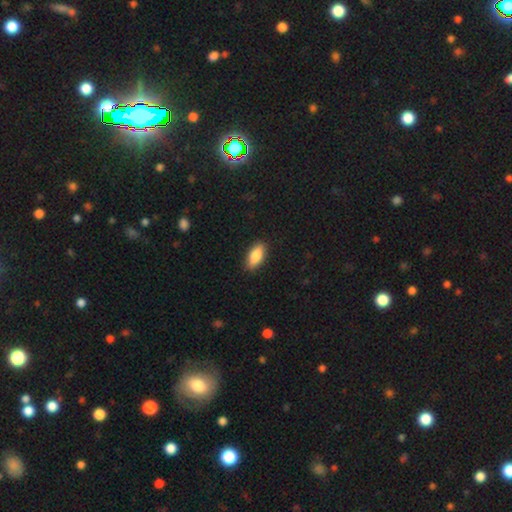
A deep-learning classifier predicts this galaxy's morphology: A smooth galaxy with no disk features (84%) that is in between round and cigar-shaped (85%).

Vote fractions:
- Smooth or featured? smooth: 84% / featured or disk: 10% / star or artifact: 6%
- How rounded? in between: 85% / cigar-shaped: 12% / round: 3%
- Merging? none: 88% / minor disturbance: 9% / major disturbance: 2% / merger: 1%